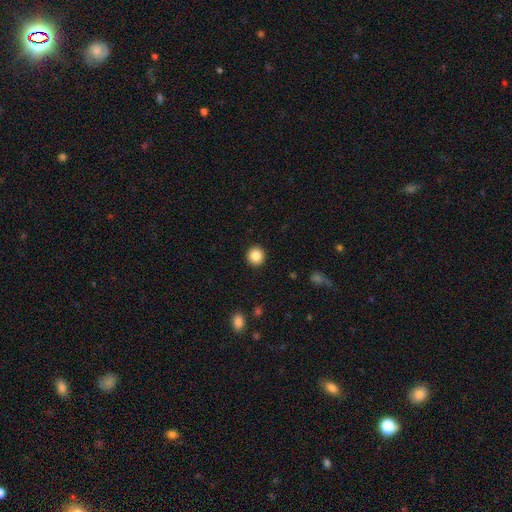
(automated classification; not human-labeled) Smooth or featured? smooth (87%)
How rounded? round (94%)
Merging? none (93%)